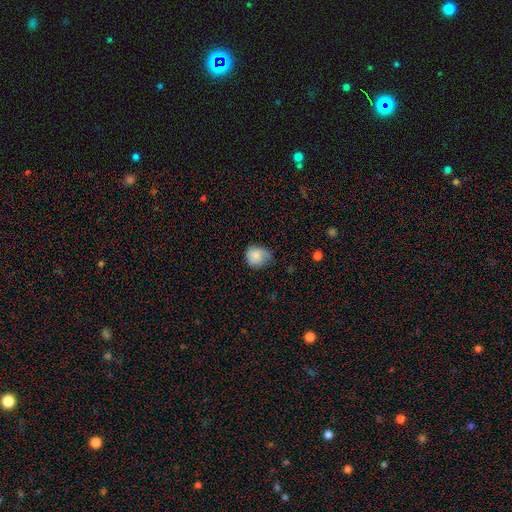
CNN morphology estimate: smooth_or_featured: smooth (p=0.78) [alt: featured or disk p=0.13]
how_rounded: round (p=0.72) [alt: in between p=0.27]
merging: none (p=0.50) [alt: minor disturbance p=0.37]